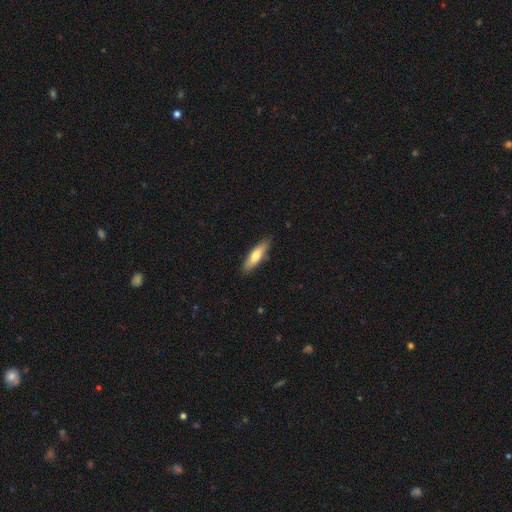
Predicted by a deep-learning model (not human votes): This is likely a smooth galaxy (66%). How rounded: likely cigar-shaped (64%). Merging: clearly none (86%).